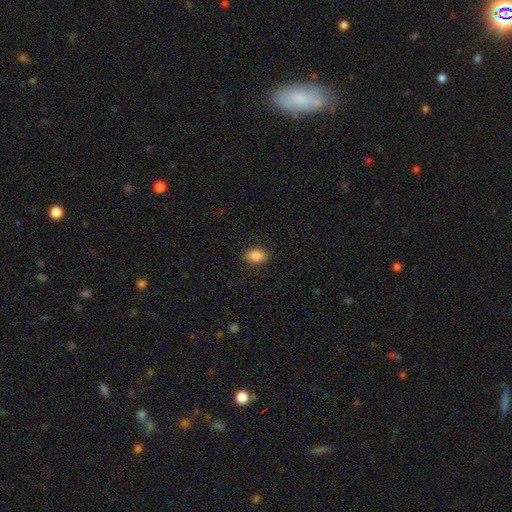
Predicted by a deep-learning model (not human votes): A smooth galaxy with no disk features (88%) that is in between round and cigar-shaped (78%). Merging: none (88%).